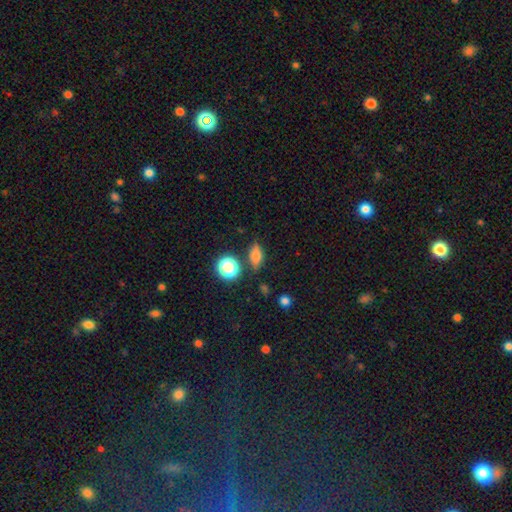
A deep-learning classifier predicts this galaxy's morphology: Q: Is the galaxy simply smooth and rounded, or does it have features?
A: smooth — 72%.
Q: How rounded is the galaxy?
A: in between — 68%.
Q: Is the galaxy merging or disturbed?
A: none — 78%.